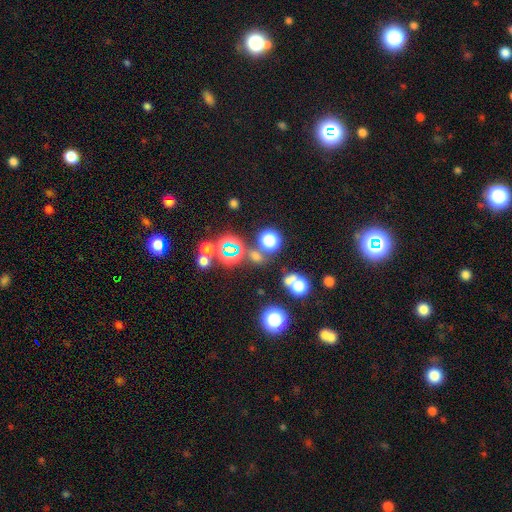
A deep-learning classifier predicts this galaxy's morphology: The model was most divided on "smooth or featured": smooth: 49%, star or artifact: 41%, featured or disk: 10%. More confident: merging — none (64%).